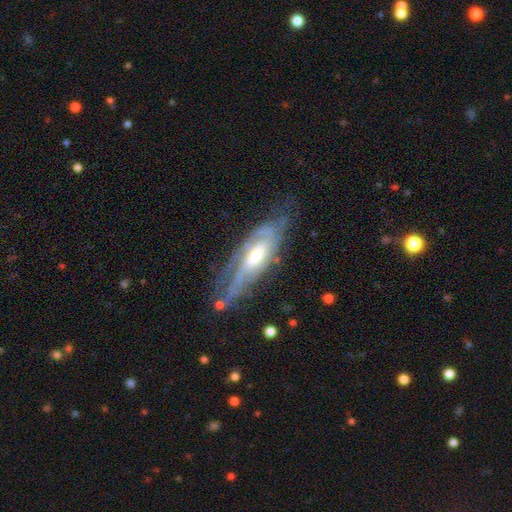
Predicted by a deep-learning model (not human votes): Overall: featured or disk (81%). Edge-on disk: no (69%; yes 31%). Bar: no (54%; weak 34%). Spiral arms: yes (87%). Bulge size: moderate (62%). Merging: none (63%; minor disturbance 24%).